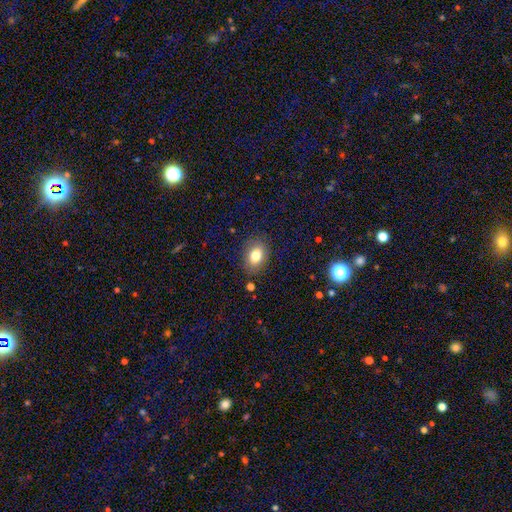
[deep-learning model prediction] This is clearly a smooth galaxy (80%). How rounded: likely in between (72%). Merging: clearly none (83%).